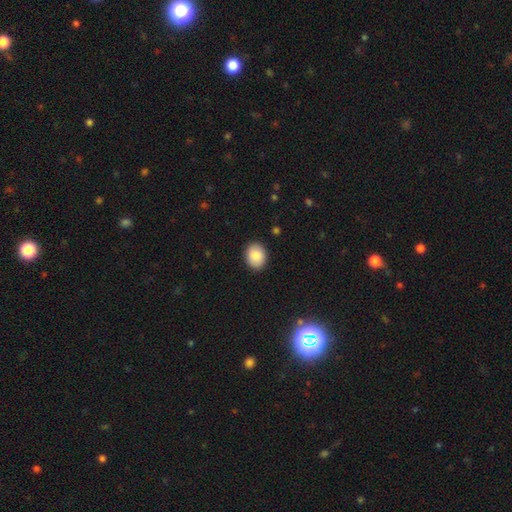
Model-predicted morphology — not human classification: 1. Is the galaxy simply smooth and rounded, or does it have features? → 86% smooth, 7% star or artifact, 6% featured or disk.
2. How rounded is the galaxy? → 60% in between, 40% round, 1% cigar-shaped.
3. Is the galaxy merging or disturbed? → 90% none, 7% minor disturbance, 2% major disturbance, 1% merger.